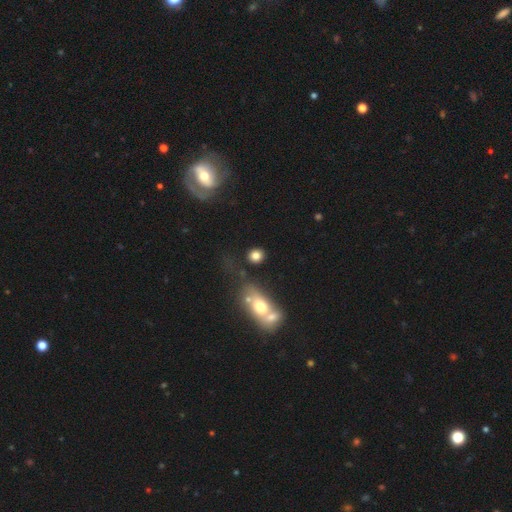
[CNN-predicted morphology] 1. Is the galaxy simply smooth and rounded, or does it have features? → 80% smooth, 11% star or artifact, 9% featured or disk.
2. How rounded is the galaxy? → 73% round, 24% in between, 2% cigar-shaped.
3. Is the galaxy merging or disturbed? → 70% none, 12% merger, 11% minor disturbance, 7% major disturbance.